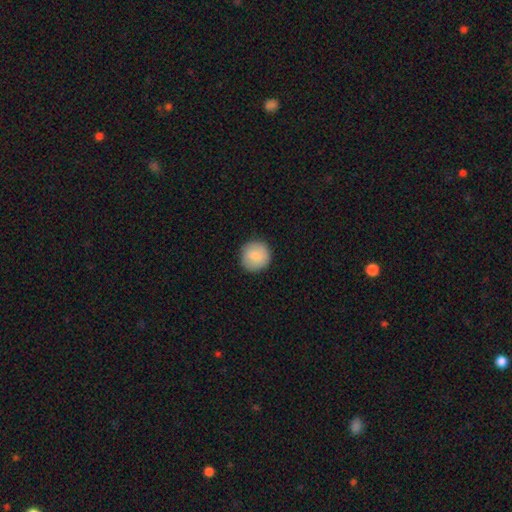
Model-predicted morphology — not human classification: smooth-or-featured: smooth: 84% | featured or disk: 9% | star or artifact: 7%
  how-rounded: round: 94% | in between: 5% | cigar-shaped: 1%
  merging: none: 90% | minor disturbance: 7% | major disturbance: 2% | merger: 1%